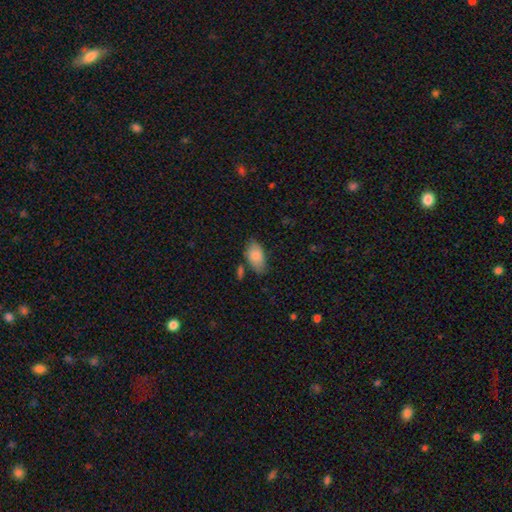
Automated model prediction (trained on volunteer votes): This appears to be a smooth galaxy with no disk features (84%) that is in between round and cigar-shaped (93%). Merging: none (68%).